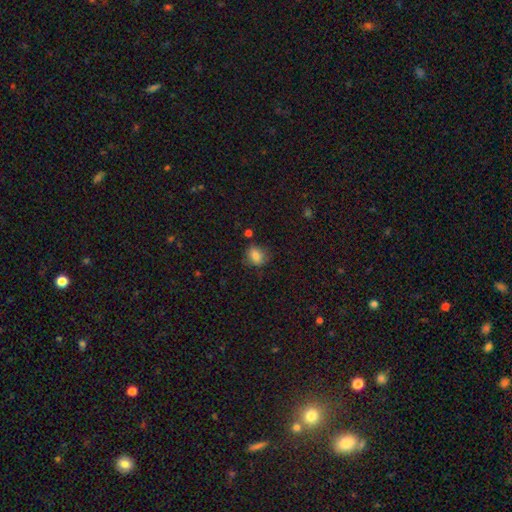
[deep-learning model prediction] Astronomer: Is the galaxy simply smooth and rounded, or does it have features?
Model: smooth — 79%.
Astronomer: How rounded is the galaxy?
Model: round — 55% (runner-up: in between, 44%).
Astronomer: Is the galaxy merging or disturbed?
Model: none — 73%.